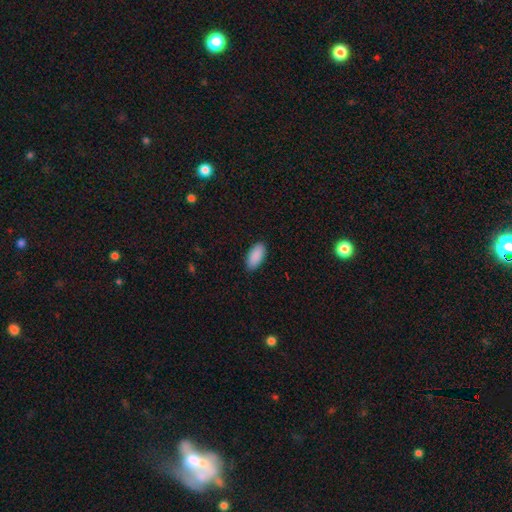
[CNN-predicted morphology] This appears to be a smooth galaxy with no disk features (91%) that is in between round and cigar-shaped (92%). Merging: none (88%).